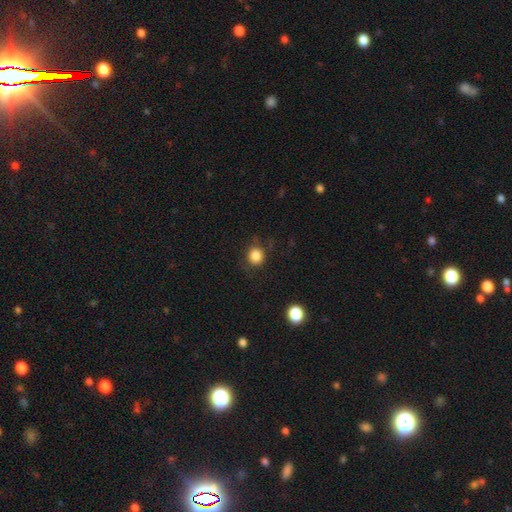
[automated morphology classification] This is clearly a smooth galaxy (84%). How rounded: clearly round (82%). Merging: likely none (78%).